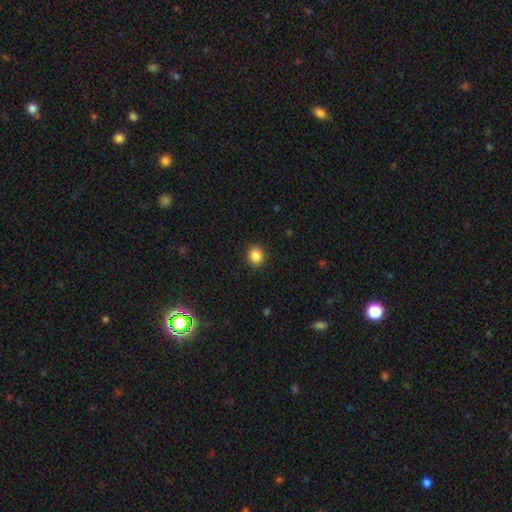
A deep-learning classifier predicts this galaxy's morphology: smooth 86%, star or artifact 10%, featured or disk 4%. Down the decision tree: how rounded — round (81%); merging — none (91%).